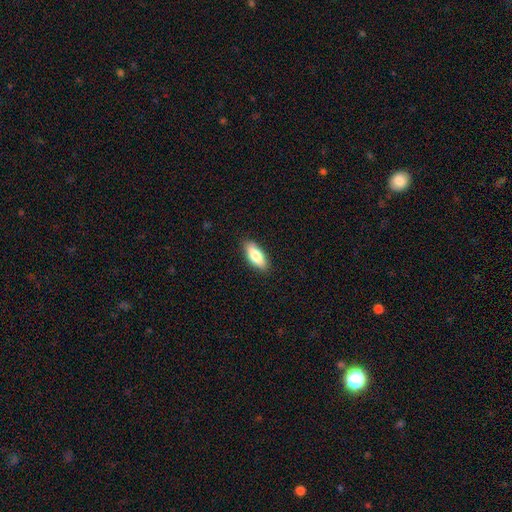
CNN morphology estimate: Smooth or featured: smooth — 81% (featured or disk — 13%)
How rounded: in between — 78% (cigar-shaped — 20%)
Merging: none — 88% (minor disturbance — 9%)